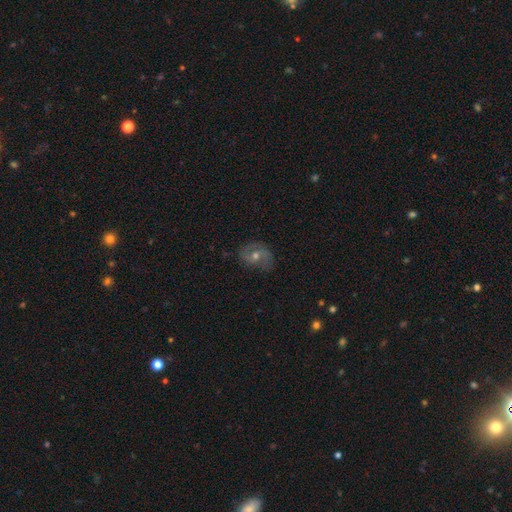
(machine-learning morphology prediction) smooth_or_featured: featured or disk (p=0.65) [alt: smooth p=0.22]
disk_edge_on: no (p=0.96) [alt: yes p=0.04]
bar: no (p=0.59) [alt: weak p=0.33]
has_spiral_arms: yes (p=0.84) [alt: no p=0.16]
spiral_winding: medium (p=0.44) [alt: tight p=0.31]
spiral_arm_count: 2 (p=0.69) [alt: can't tell p=0.17]
bulge_size: moderate (p=0.63) [alt: small p=0.32]
merging: none (p=0.73) [alt: minor disturbance p=0.19]